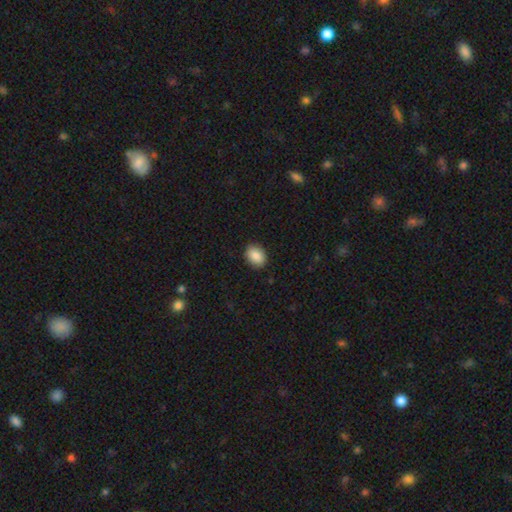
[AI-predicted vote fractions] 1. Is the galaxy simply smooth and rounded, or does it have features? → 88% smooth, 8% star or artifact, 5% featured or disk.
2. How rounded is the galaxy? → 69% in between, 30% round, 1% cigar-shaped.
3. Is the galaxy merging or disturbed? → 89% none, 8% minor disturbance, 2% major disturbance, 1% merger.